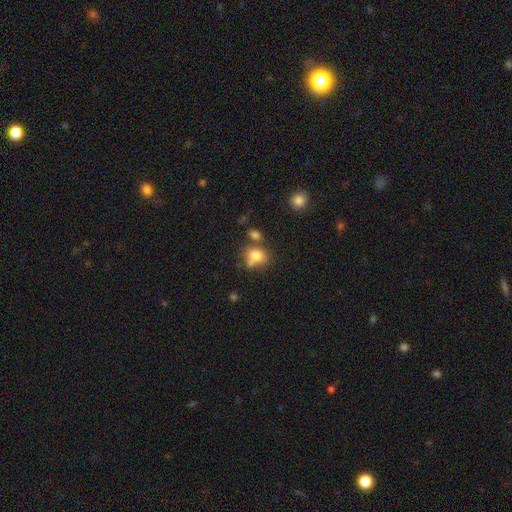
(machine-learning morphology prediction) This appears to be a smooth galaxy with no disk features (77%) that is in between round and cigar-shaped (51%). Merging: none (46%).